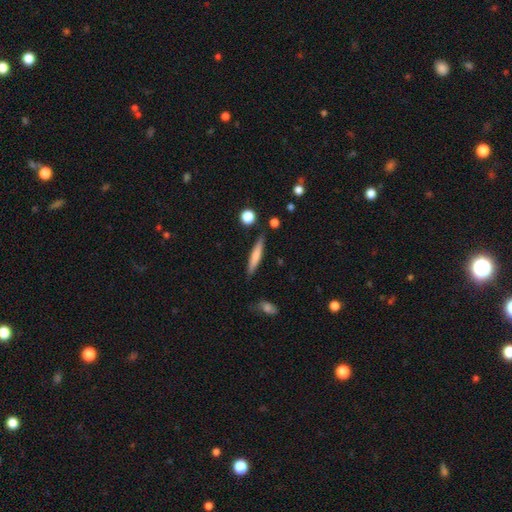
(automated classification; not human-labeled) smooth_or_featured: smooth (p=0.69) [alt: featured or disk p=0.25]
how_rounded: cigar-shaped (p=0.91) [alt: in between p=0.08]
merging: none (p=0.84) [alt: minor disturbance p=0.11]